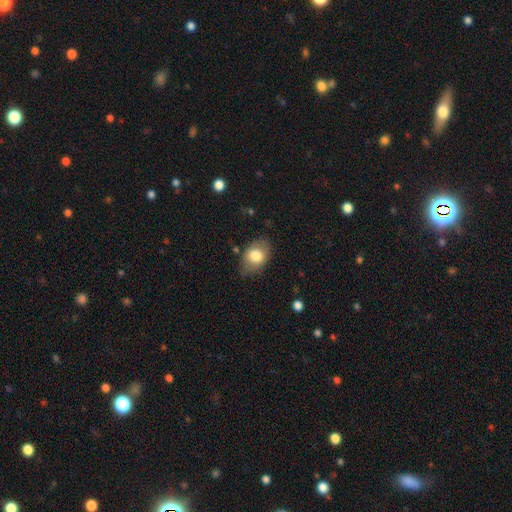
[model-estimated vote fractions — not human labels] The model was most divided on "merging": none: 74%, minor disturbance: 19%, major disturbance: 5%, merger: 2%. More confident: how rounded — in between (80%); smooth or featured — smooth (77%).